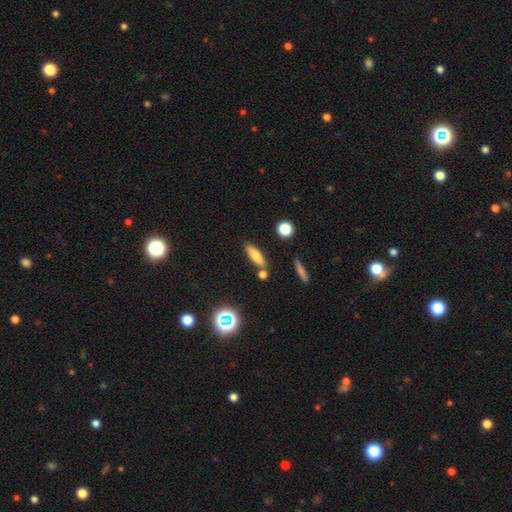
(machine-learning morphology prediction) smooth 72%, featured or disk 17%, star or artifact 11%. Down the decision tree: how rounded — cigar-shaped (53%); merging — none (76%).